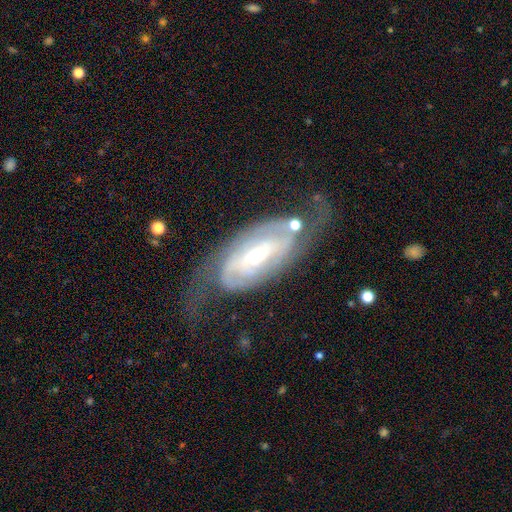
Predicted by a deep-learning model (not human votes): featured or disk 85%, smooth 10%, star or artifact 6%. Down the decision tree: edge-on disk — no (93%); bar — weak (38%); spiral arms — yes (93%); spiral arm count — 2 (65%); spiral winding — tight (48%); bulge size — small (58%); merging — none (57%).